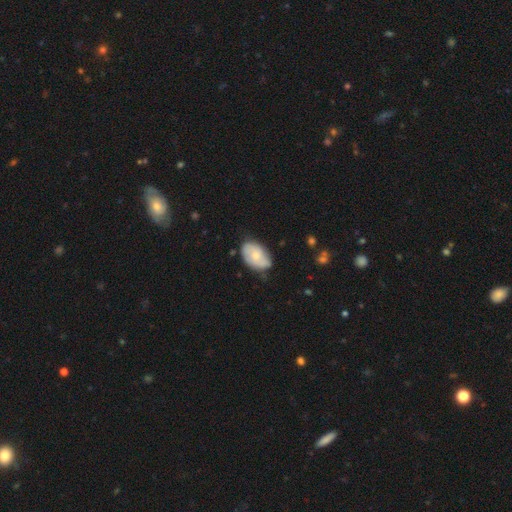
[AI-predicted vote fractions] A smooth galaxy with no disk features (61%) that is in between round and cigar-shaped (90%).

Vote fractions:
- Smooth or featured? smooth: 61% / featured or disk: 32% / star or artifact: 6%
- How rounded? in between: 90% / round: 9% / cigar-shaped: 1%
- Merging? none: 65% / minor disturbance: 28% / major disturbance: 5% / merger: 2%